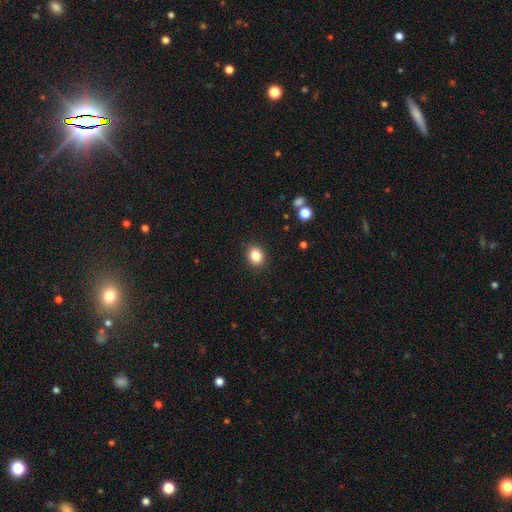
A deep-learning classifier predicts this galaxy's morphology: The model was most divided on "how rounded": round: 58%, in between: 41%, cigar-shaped: 1%. More confident: merging — none (90%); smooth or featured — smooth (84%).